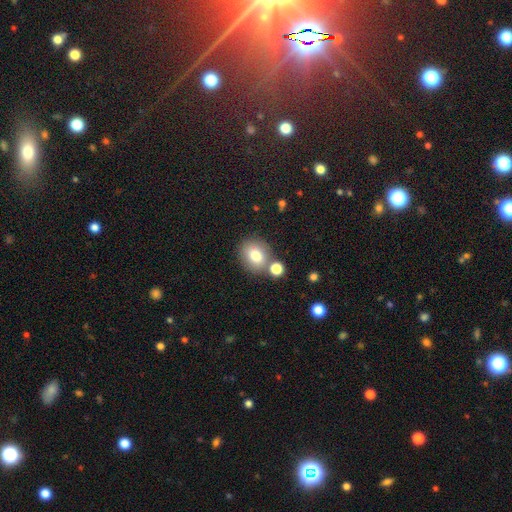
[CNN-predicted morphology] smooth 78%, featured or disk 11%, star or artifact 11%. Down the decision tree: how rounded — round (67%); merging — none (68%).